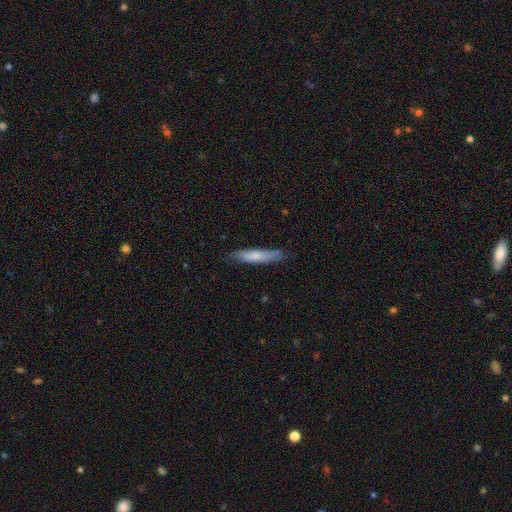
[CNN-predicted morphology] The model was most divided on "smooth or featured": smooth: 67%, featured or disk: 27%, star or artifact: 6%. More confident: how rounded — cigar-shaped (88%); merging — none (80%).